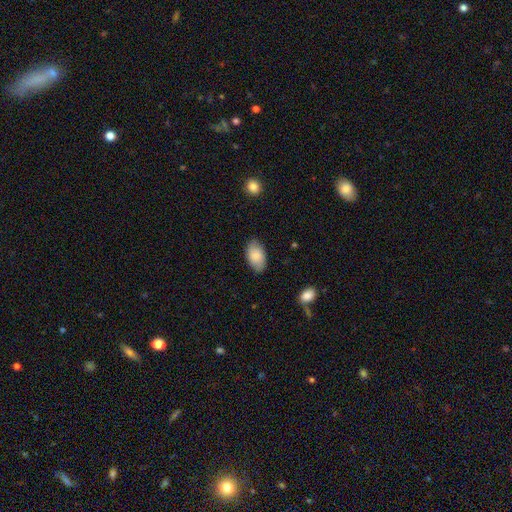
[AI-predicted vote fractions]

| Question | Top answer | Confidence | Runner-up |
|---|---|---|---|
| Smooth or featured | smooth | 82% | featured or disk (11%) |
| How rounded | in between | 94% | round (4%) |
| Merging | none | 81% | minor disturbance (15%) |